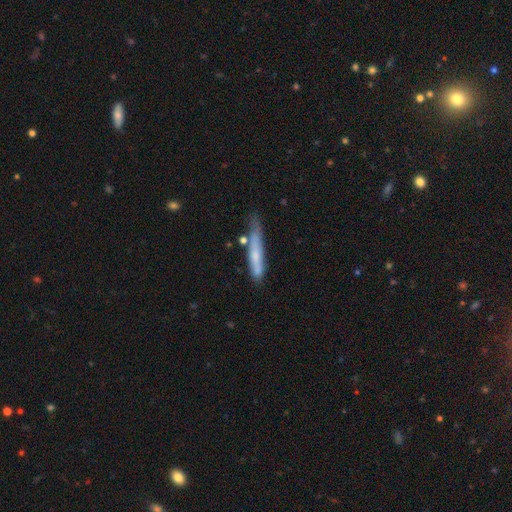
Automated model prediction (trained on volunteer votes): Smooth or featured: smooth — 60% (featured or disk — 34%)
How rounded: cigar-shaped — 92% (in between — 6%)
Merging: none — 58% (minor disturbance — 27%)